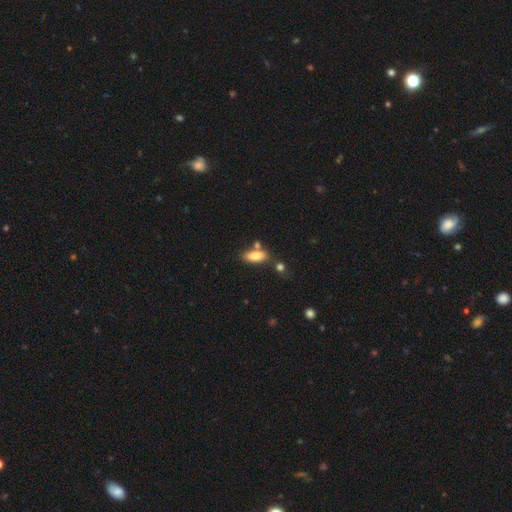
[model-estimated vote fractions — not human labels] The model was most divided on "merging": none: 65%, merger: 17%, minor disturbance: 15%, major disturbance: 4%. More confident: smooth or featured — smooth (81%); how rounded — in between (74%).